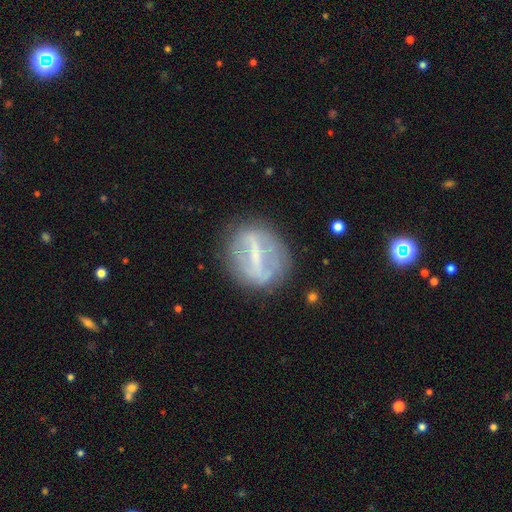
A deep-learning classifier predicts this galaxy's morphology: featured or disk 69%, smooth 22%, star or artifact 8%. Down the decision tree: edge-on disk — no (87%); bar — strong (78%); spiral arms — no (70%); bulge size — small (41%); merging — none (77%).